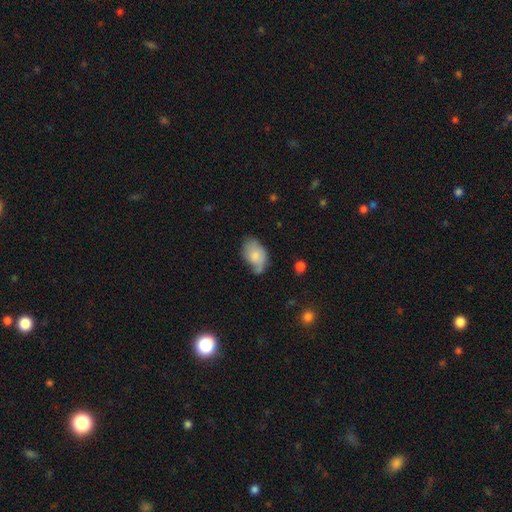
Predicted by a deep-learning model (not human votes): This appears to be a smooth galaxy with no disk features (68%) that is in between round and cigar-shaped (89%). Merging: none (41%).